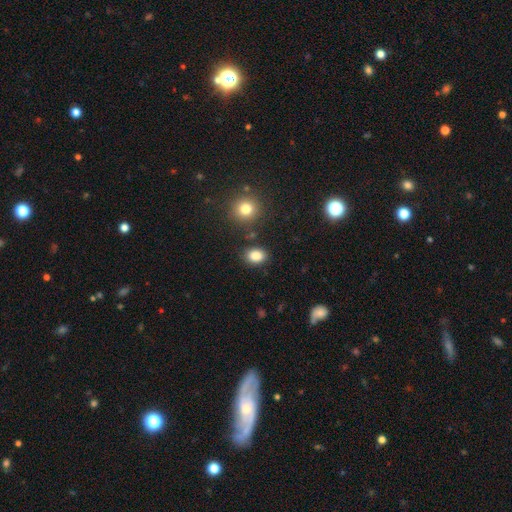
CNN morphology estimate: Smooth or featured? smooth (85%)
How rounded? in between (63%)
Merging? none (83%)